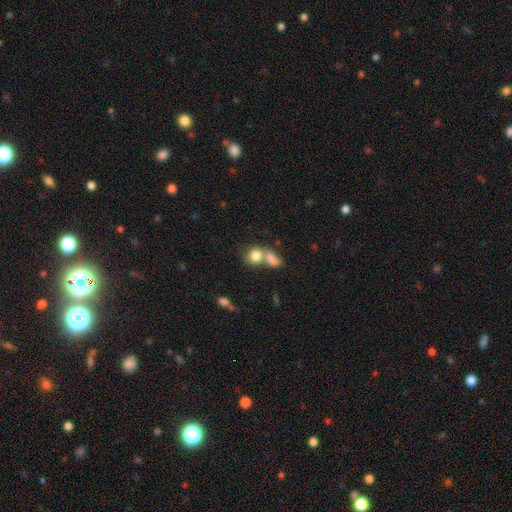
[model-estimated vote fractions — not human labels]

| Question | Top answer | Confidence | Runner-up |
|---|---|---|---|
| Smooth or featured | smooth | 82% | featured or disk (10%) |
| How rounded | round | 62% | in between (36%) |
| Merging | merger | 58% | none (30%) |